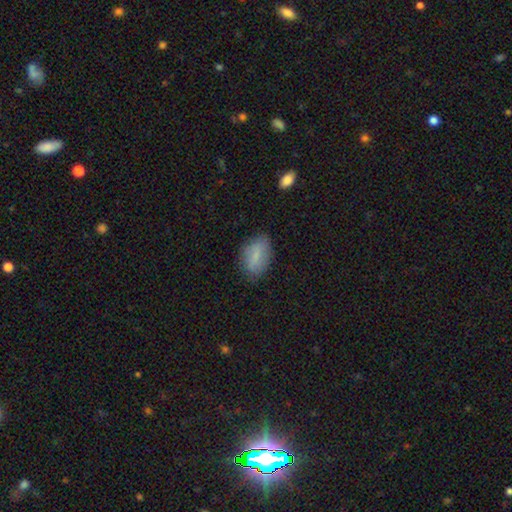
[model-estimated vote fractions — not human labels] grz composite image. It shows a smooth galaxy with no disk features (77%) that is in between round and cigar-shaped (90%). Merging: none (77%).